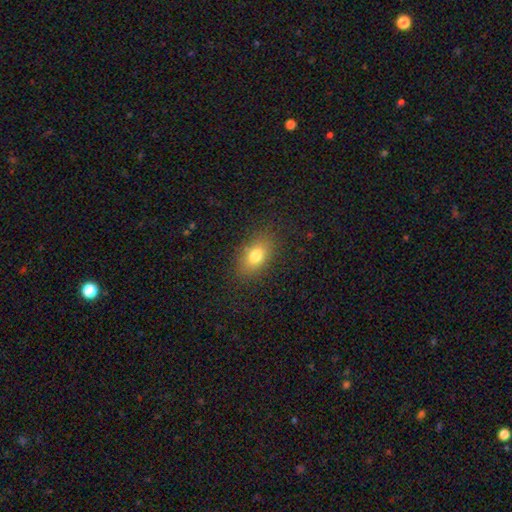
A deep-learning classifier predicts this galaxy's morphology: type=smooth (78%); roundness=in between (82%); merging=none (85%).